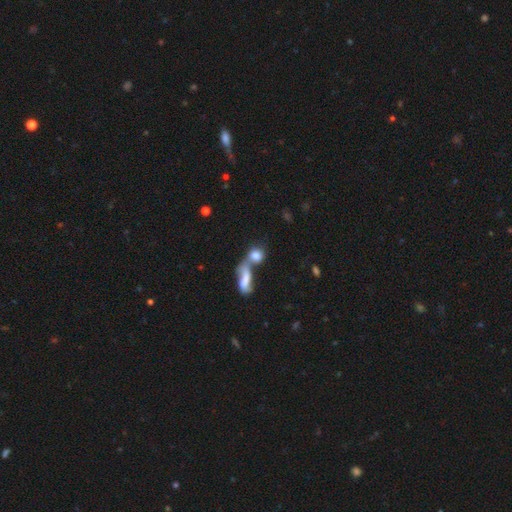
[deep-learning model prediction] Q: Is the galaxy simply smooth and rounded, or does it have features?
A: smooth — 76%.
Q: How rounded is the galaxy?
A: in between — 49%.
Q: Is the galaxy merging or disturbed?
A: merger — 64%.